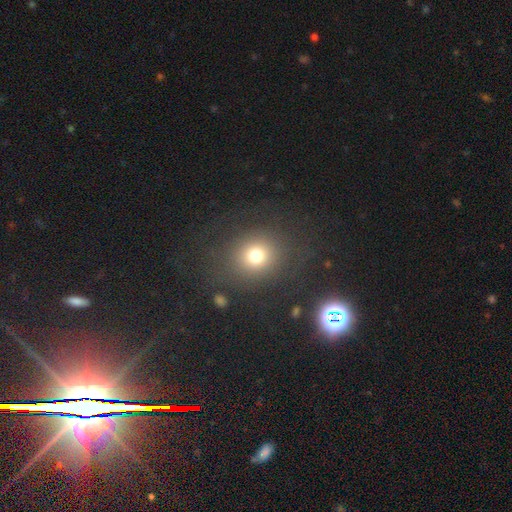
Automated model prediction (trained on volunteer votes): smooth-or-featured: smooth: 74% | star or artifact: 16% | featured or disk: 10%
  how-rounded: round: 77% | in between: 22% | cigar-shaped: 1%
  merging: none: 80% | minor disturbance: 10% | major disturbance: 8% | merger: 2%